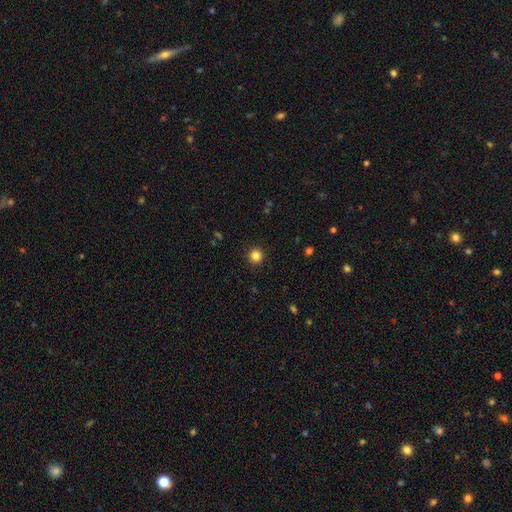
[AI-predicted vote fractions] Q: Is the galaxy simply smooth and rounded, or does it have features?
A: smooth — 84%.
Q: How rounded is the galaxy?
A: round — 95%.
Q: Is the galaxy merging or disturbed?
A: none — 92%.